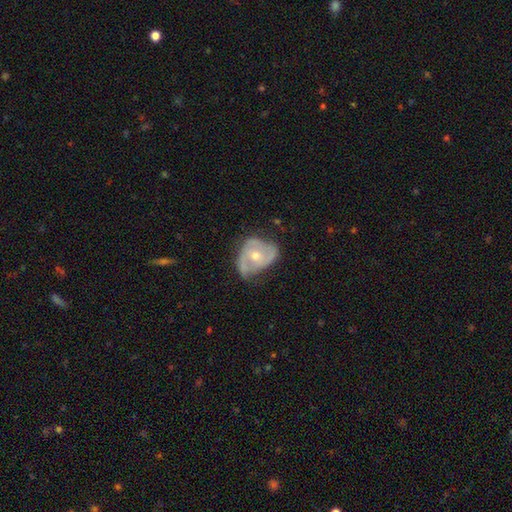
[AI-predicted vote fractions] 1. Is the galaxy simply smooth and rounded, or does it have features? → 70% featured or disk, 23% smooth, 7% star or artifact.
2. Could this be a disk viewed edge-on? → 96% no, 4% yes.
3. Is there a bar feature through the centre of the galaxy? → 71% no, 22% weak, 7% strong.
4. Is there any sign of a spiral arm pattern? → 77% yes, 23% no.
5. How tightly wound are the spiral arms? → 41% medium, 36% tight, 23% loose.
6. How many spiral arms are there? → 52% 2, 22% can't tell, 16% 3, 6% 1, 3% 4, 2% more than 4.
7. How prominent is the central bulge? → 55% moderate, 42% small, 1% large, 1% none, 1% dominant.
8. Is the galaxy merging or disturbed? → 45% none, 36% minor disturbance, 17% major disturbance, 2% merger.